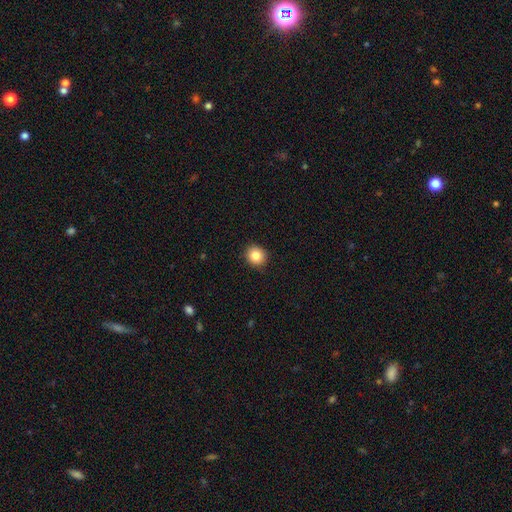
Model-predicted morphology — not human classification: A smooth galaxy with no disk features (84%) that is round (86%). Merging: none (91%).